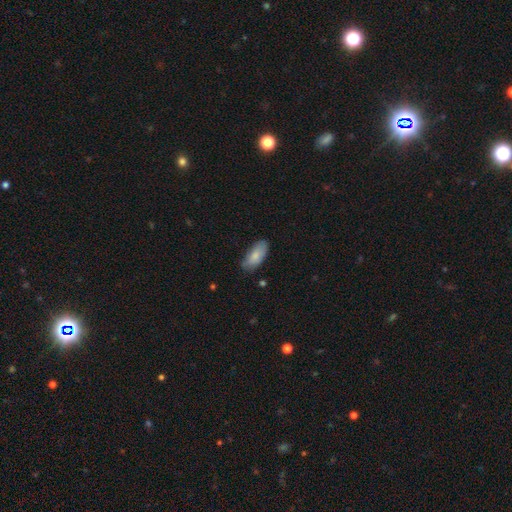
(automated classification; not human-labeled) smooth_or_featured: smooth (p=0.83) [alt: featured or disk p=0.12]
how_rounded: in between (p=0.87) [alt: cigar-shaped p=0.11]
merging: none (p=0.69) [alt: minor disturbance p=0.25]